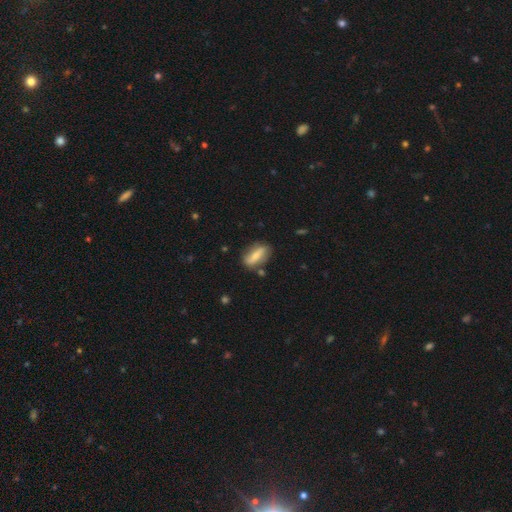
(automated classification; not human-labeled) The model was most divided on "smooth or featured": smooth: 62%, featured or disk: 31%, star or artifact: 7%. More confident: merging — none (75%); how rounded — in between (69%).